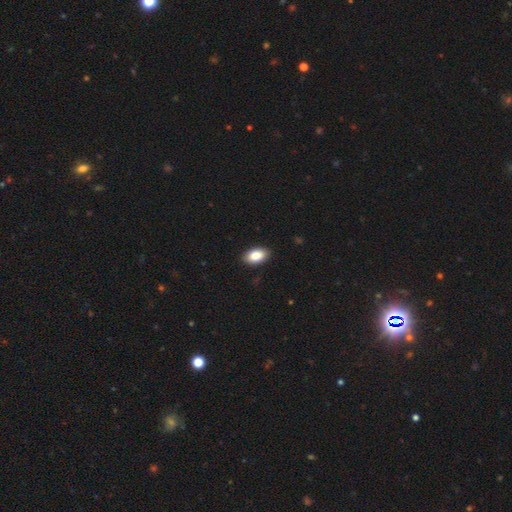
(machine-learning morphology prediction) This is clearly a smooth galaxy (87%). How rounded: clearly in between (93%). Merging: clearly none (89%).